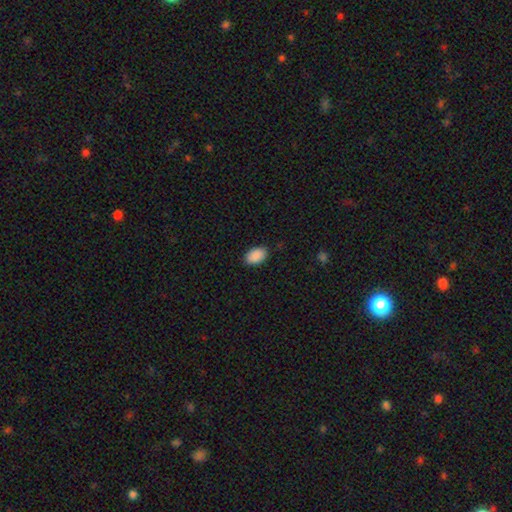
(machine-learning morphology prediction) This is clearly a smooth galaxy (91%). How rounded: clearly in between (91%). Merging: clearly none (87%).